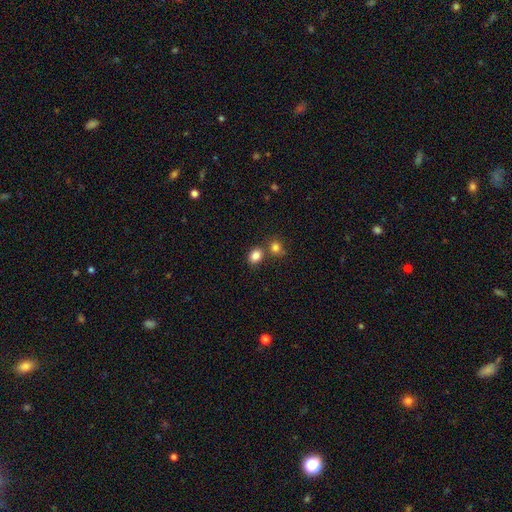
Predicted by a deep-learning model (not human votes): A smooth galaxy with no disk features (84%) that is in between round and cigar-shaped (54%).

Vote fractions:
- Smooth or featured? smooth: 84% / star or artifact: 11% / featured or disk: 6%
- How rounded? in between: 54% / round: 45% / cigar-shaped: 1%
- Merging? none: 64% / merger: 23% / minor disturbance: 10% / major disturbance: 3%